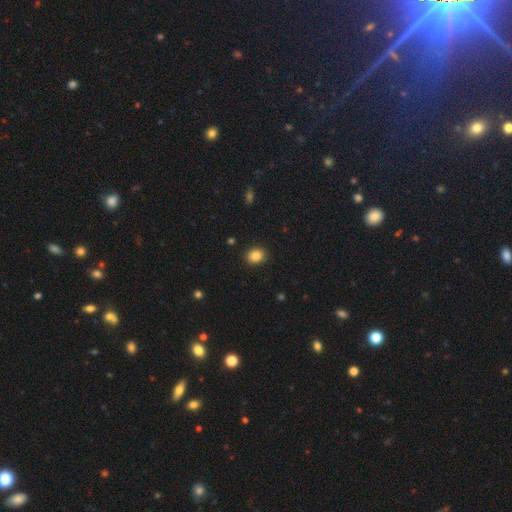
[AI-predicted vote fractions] Overall: smooth (86%). How rounded: round (57%; in between 42%). Merging: none (89%).